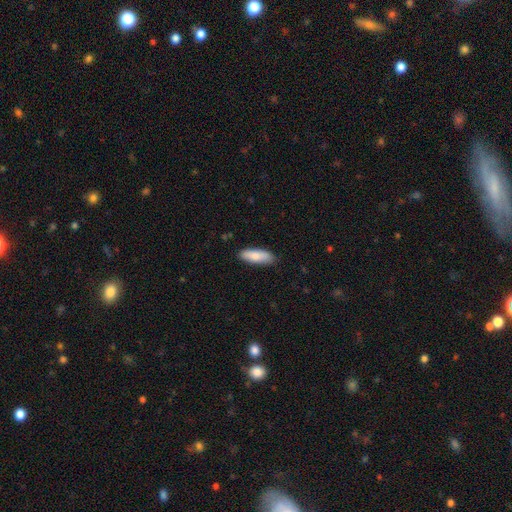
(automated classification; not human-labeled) Smooth or featured: smooth — 85% (featured or disk — 9%)
How rounded: in between — 60% (cigar-shaped — 38%)
Merging: none — 85% (minor disturbance — 12%)